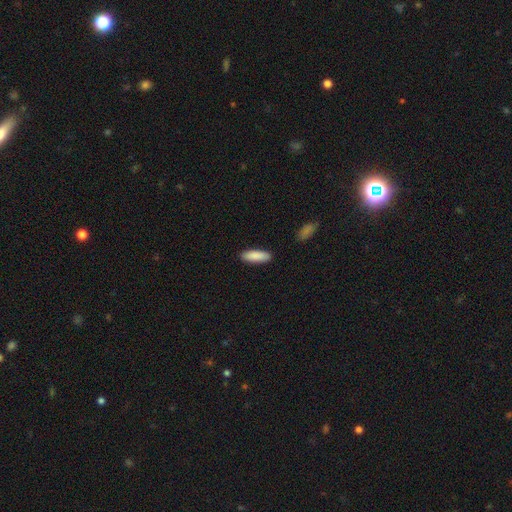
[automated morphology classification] A smooth galaxy with no disk features (89%) that is in between round and cigar-shaped (51%). Merging: none (89%).